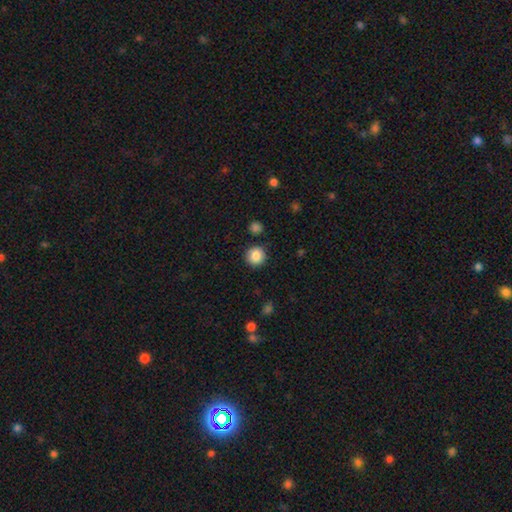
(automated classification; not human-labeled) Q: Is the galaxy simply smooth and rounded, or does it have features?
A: smooth — 87%.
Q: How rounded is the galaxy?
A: round — 93%.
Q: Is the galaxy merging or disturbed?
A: none — 89%.